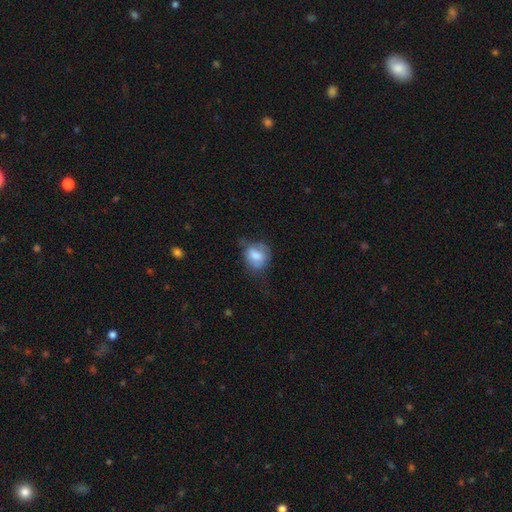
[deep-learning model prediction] smooth-or-featured: smooth: 72% | featured or disk: 20% | star or artifact: 8%
  how-rounded: round: 58% | in between: 40% | cigar-shaped: 1%
  merging: none: 47% | minor disturbance: 32% | major disturbance: 18% | merger: 3%